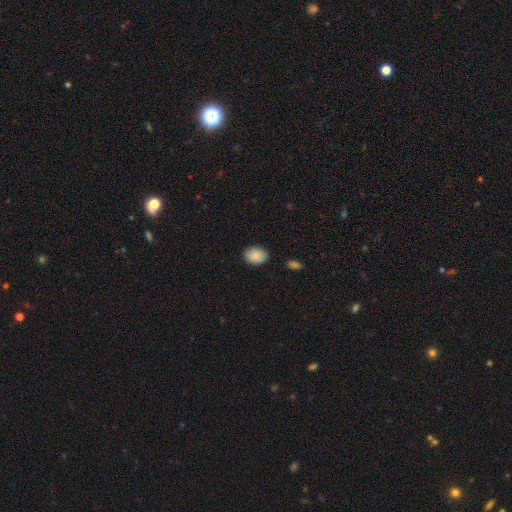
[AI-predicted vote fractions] smooth-or-featured: smooth: 88% | star or artifact: 7% | featured or disk: 5%
  how-rounded: in between: 69% | round: 30% | cigar-shaped: 1%
  merging: none: 85% | minor disturbance: 11% | major disturbance: 2% | merger: 2%